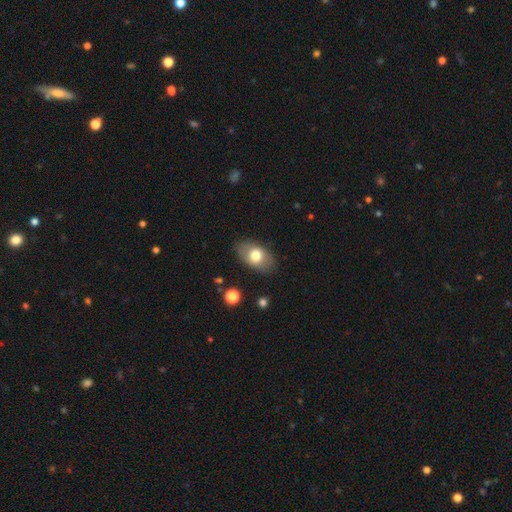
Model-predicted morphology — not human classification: Q: Smooth or featured?
A: smooth (73%); runner-up: featured or disk (20%)
Q: How rounded?
A: in between (87%); runner-up: round (11%)
Q: Merging?
A: none (82%); runner-up: minor disturbance (13%)